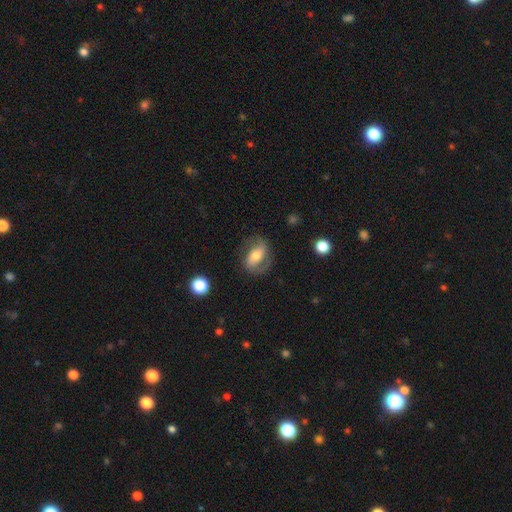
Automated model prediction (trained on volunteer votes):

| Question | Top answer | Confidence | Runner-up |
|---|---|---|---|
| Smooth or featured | featured or disk | 65% | smooth (28%) |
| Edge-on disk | no | 95% | yes (5%) |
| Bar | strong | 37% | weak (34%) |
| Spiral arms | yes | 86% | no (14%) |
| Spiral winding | medium | 47% | loose (29%) |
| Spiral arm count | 2 | 86% | can't tell (6%) |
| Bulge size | moderate | 61% | small (21%) |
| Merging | none | 71% | minor disturbance (17%) |